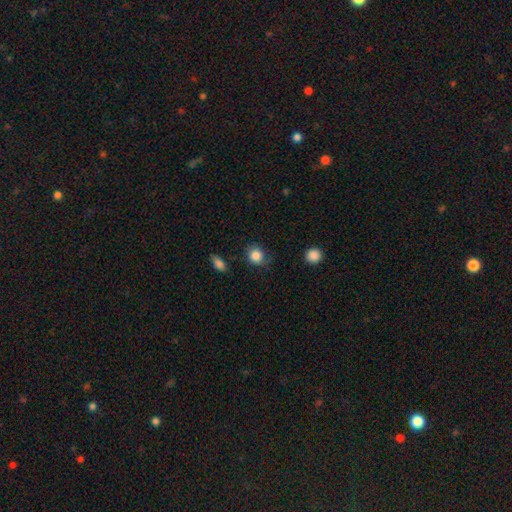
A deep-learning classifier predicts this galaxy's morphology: Smooth or featured? smooth (85%)
How rounded? round (79%)
Merging? none (73%)